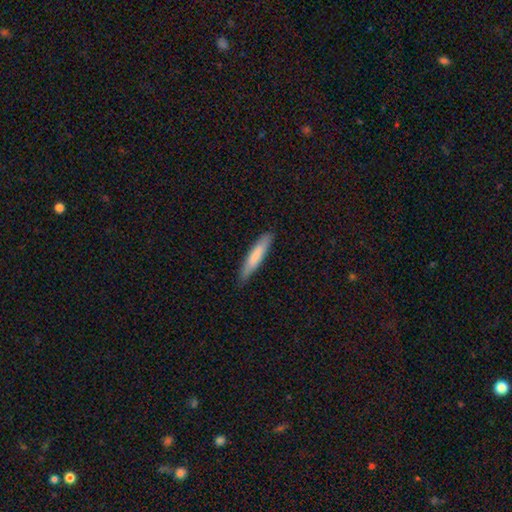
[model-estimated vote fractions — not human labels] Smooth or featured? Predicted: smooth (p=0.75). How rounded? Predicted: cigar-shaped (p=0.90). Merging? Predicted: none (p=0.88).